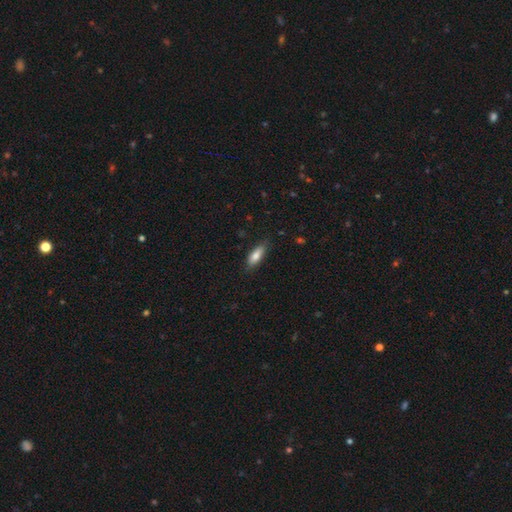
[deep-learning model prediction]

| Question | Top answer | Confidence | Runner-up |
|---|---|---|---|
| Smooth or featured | smooth | 79% | featured or disk (15%) |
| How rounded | in between | 65% | cigar-shaped (33%) |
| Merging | none | 79% | minor disturbance (17%) |